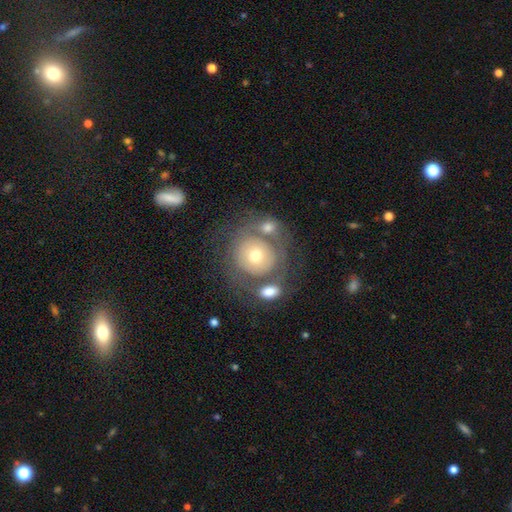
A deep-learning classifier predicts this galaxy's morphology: smooth 48%, featured or disk 43%, star or artifact 8%. Down the decision tree: merging — none (46%).